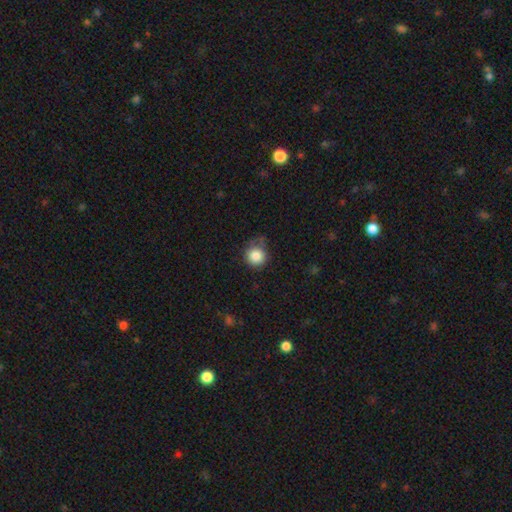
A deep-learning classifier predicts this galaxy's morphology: This is clearly a smooth galaxy (85%). How rounded: clearly round (91%). Merging: possibly none (59%).